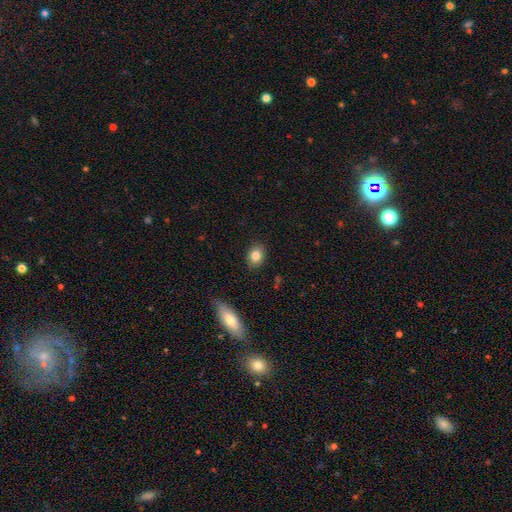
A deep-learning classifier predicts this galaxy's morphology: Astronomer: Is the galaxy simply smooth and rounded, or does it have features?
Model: smooth — 82%.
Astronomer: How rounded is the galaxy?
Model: in between — 61% (runner-up: round, 37%).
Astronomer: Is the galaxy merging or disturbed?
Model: none — 87%.